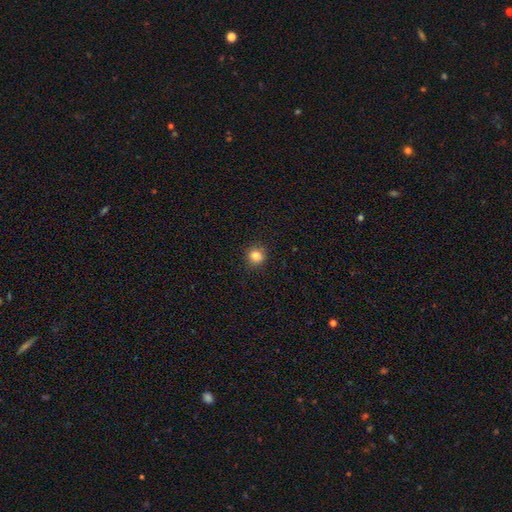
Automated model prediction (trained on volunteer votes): Overall: smooth (83%). How rounded: round (93%). Merging: none (91%).